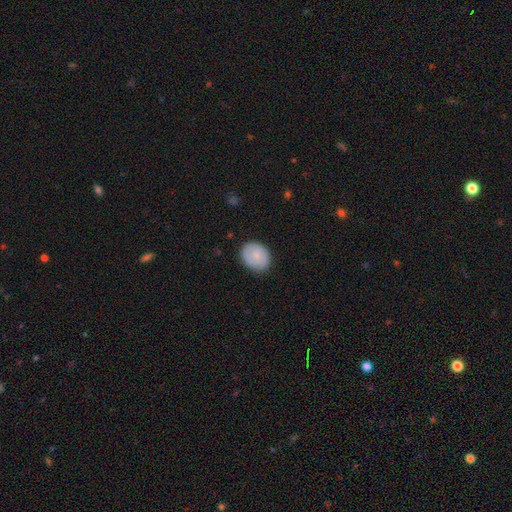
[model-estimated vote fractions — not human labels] Smooth or featured?
  - smooth: 68% *
  - featured or disk: 26%
  - star or artifact: 6%
How rounded?
  - in between: 51% *
  - round: 49%
  - cigar-shaped: 1%
Merging?
  - none: 83% *
  - minor disturbance: 13%
  - major disturbance: 3%
  - merger: 1%